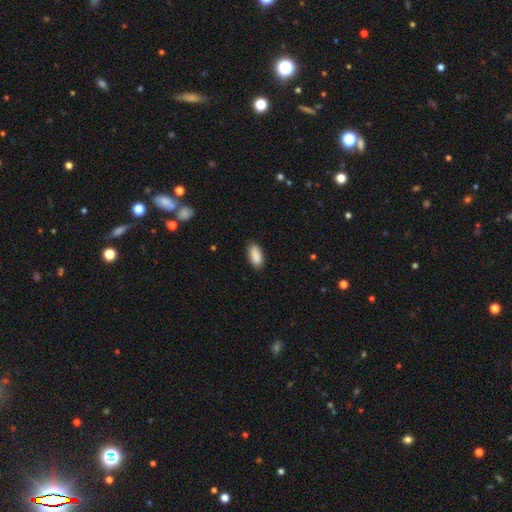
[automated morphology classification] Overall: smooth (90%). How rounded: in between (88%). Merging: none (86%).